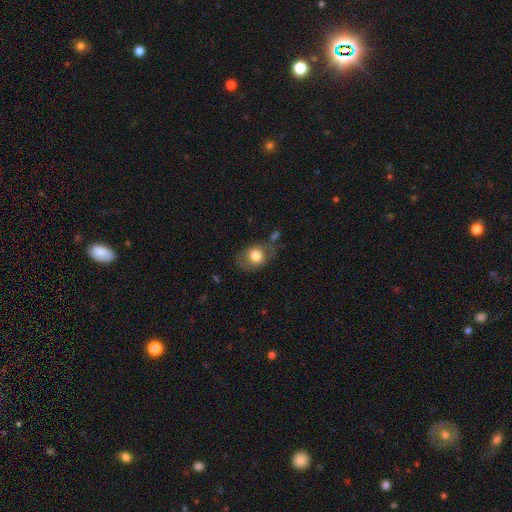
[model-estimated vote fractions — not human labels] Overall: smooth (73%). How rounded: in between (59%; round 40%). Merging: none (61%; minor disturbance 21%).